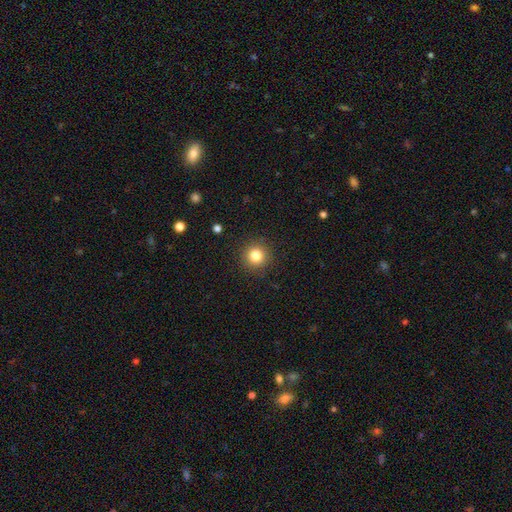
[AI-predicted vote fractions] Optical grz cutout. It shows a smooth galaxy with no disk features (82%) that is round (95%). Merging: none (91%).